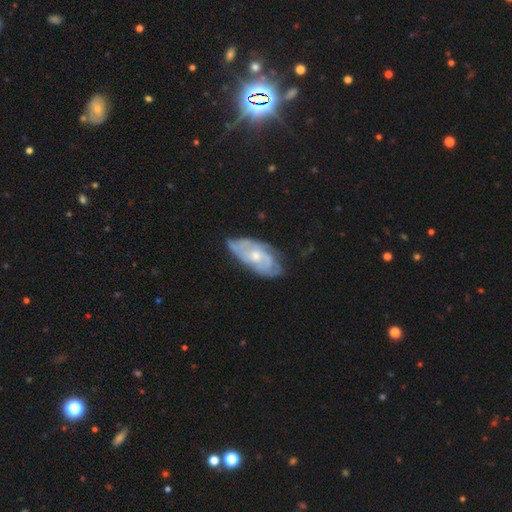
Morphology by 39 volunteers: Smooth or featured? featured or disk (95%)
Edge-on disk? no (95%)
Bar? no (74%)
Spiral arms? yes (94%)
Spiral winding? tight (64%)
Spiral arm count? can't tell (42%)
Bulge size? moderate (51%)
Merging? none (67%)